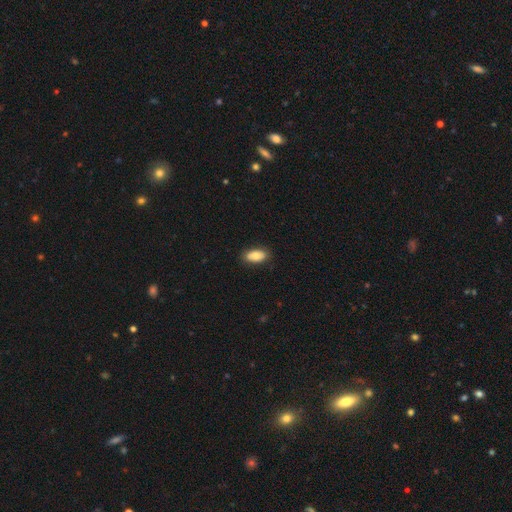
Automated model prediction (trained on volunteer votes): smooth 81%, featured or disk 12%, star or artifact 7%. Down the decision tree: how rounded — in between (92%); merging — none (85%).